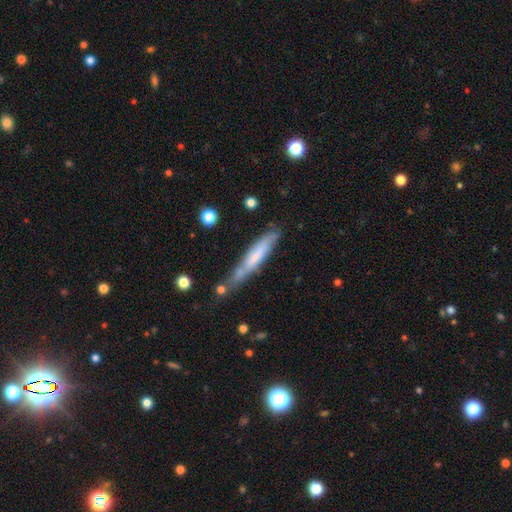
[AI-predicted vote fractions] Smooth or featured? Predicted: smooth (p=0.57). How rounded? Predicted: cigar-shaped (p=0.91). Merging? Predicted: none (p=0.56).